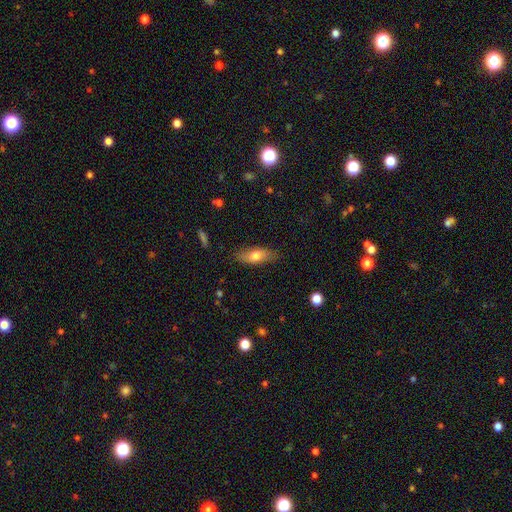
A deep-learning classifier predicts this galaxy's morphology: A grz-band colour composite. It shows a smooth galaxy with no disk features (67%) that is in between round and cigar-shaped (71%). Merging: none (81%).